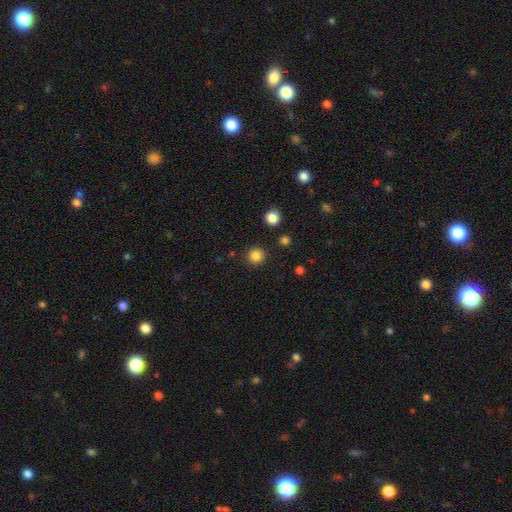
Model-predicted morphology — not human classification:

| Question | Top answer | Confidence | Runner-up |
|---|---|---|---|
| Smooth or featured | smooth | 84% | star or artifact (12%) |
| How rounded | round | 95% | in between (4%) |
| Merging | none | 91% | minor disturbance (5%) |